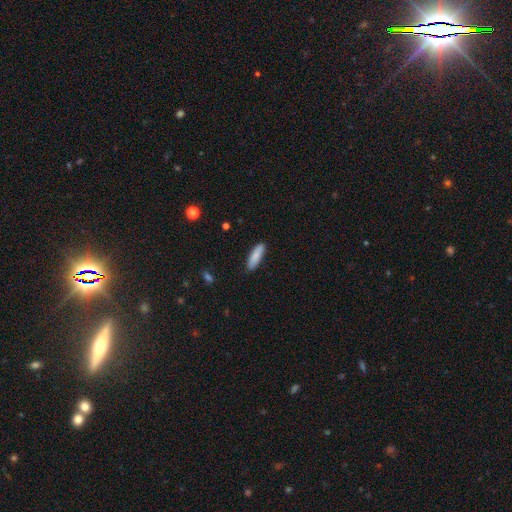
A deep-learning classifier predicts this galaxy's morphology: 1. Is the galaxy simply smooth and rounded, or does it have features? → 87% smooth, 7% featured or disk, 6% star or artifact.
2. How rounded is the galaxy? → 58% cigar-shaped, 41% in between, 2% round.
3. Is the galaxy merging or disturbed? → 87% none, 10% minor disturbance, 2% major disturbance, 1% merger.